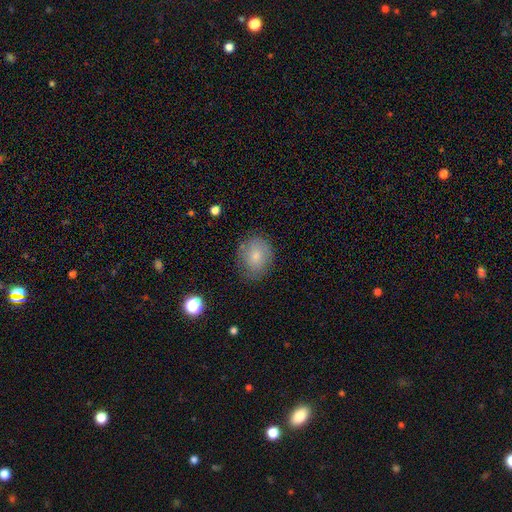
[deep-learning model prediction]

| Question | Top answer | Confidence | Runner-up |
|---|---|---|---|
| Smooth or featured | smooth | 75% | featured or disk (16%) |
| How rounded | round | 55% | in between (44%) |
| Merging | none | 72% | minor disturbance (20%) |